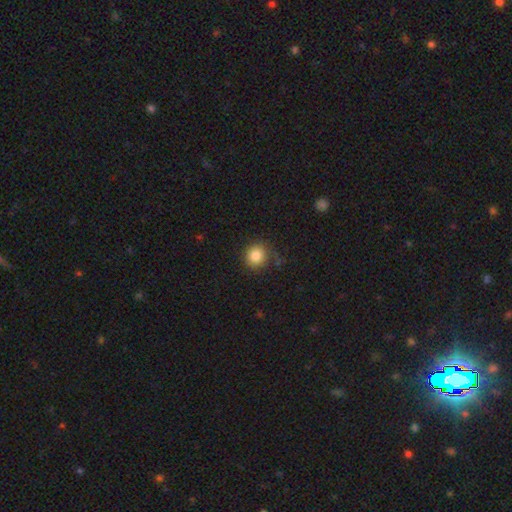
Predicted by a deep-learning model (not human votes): Smooth or featured? smooth (84%)
How rounded? round (89%)
Merging? none (81%)